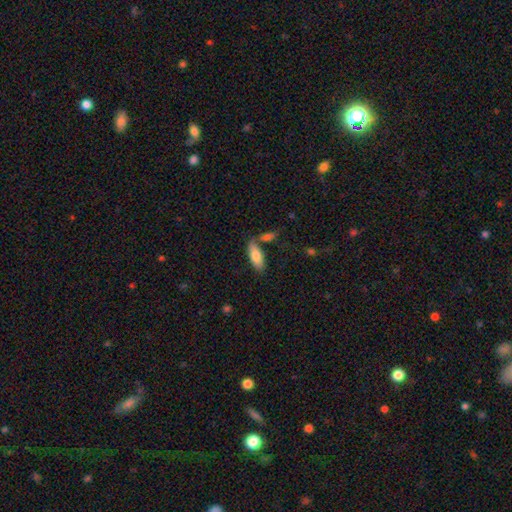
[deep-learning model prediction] A smooth galaxy with no disk features (80%) that is in between round and cigar-shaped (79%). Merging: none (66%).